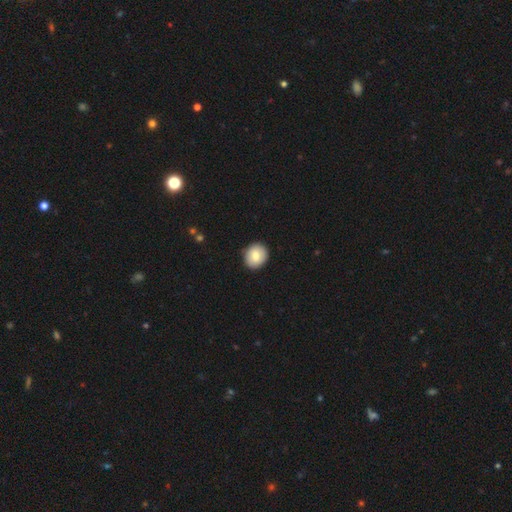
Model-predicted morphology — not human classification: type=smooth (80%); roundness=round (80%); merging=none (90%).